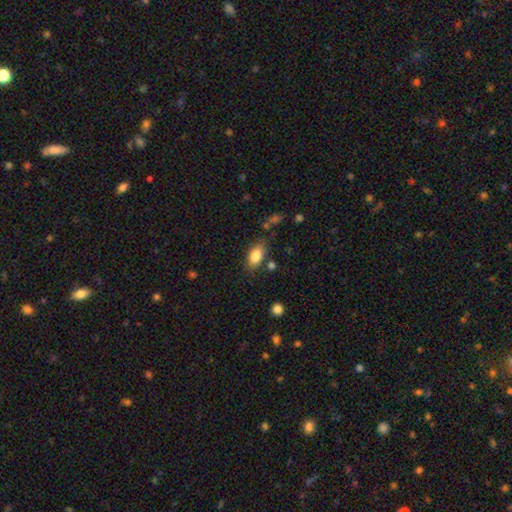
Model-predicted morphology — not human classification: Q: Smooth or featured?
A: smooth (84%); runner-up: featured or disk (8%)
Q: How rounded?
A: in between (89%); runner-up: cigar-shaped (6%)
Q: Merging?
A: none (75%); runner-up: minor disturbance (15%)